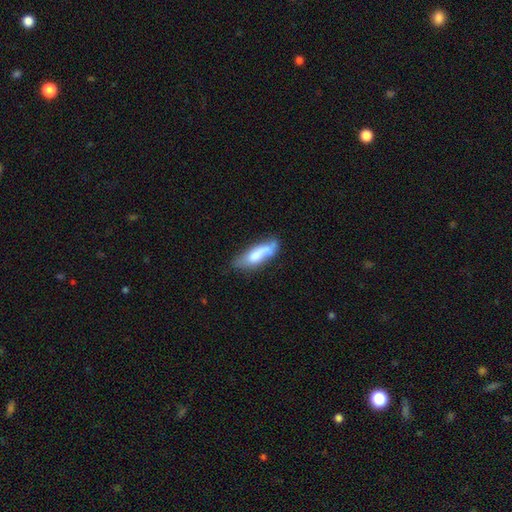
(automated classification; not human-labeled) A smooth galaxy with no disk features (64%) that is in between round and cigar-shaped (52%). Merging: none (46%).